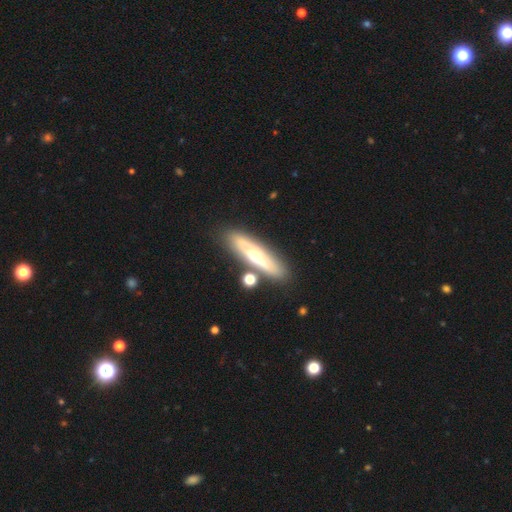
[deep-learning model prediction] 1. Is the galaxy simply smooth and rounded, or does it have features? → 56% featured or disk, 37% smooth, 6% star or artifact.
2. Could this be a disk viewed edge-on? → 63% yes, 37% no.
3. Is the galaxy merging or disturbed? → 79% none, 10% minor disturbance, 7% merger, 3% major disturbance.